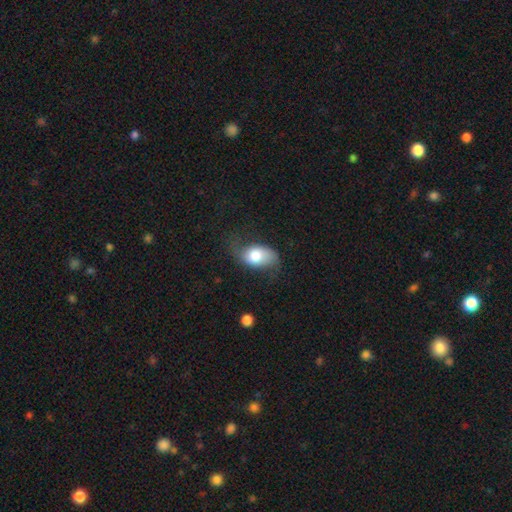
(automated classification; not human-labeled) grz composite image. It shows a smooth galaxy with no disk features (60%) that is in between round and cigar-shaped (87%). Merging: none (48%).